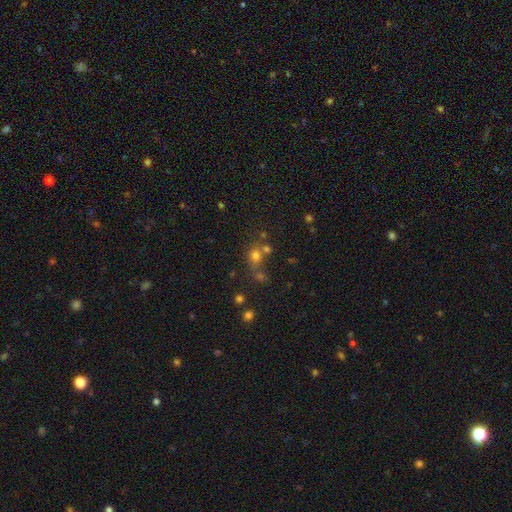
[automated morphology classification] A smooth galaxy with no disk features (64%) that is round (79%).

Vote fractions:
- Smooth or featured? smooth: 64% / star or artifact: 24% / featured or disk: 11%
- How rounded? round: 79% / in between: 20% / cigar-shaped: 1%
- Merging? none: 53% / merger: 30% / minor disturbance: 11% / major disturbance: 6%